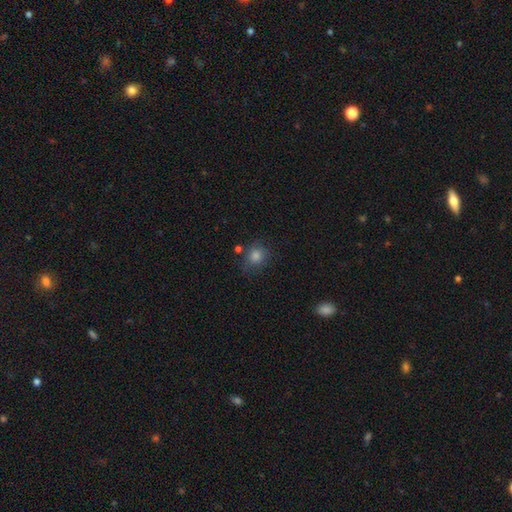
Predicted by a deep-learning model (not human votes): Q: Smooth or featured?
A: smooth (80%); runner-up: star or artifact (14%)
Q: How rounded?
A: round (82%); runner-up: in between (17%)
Q: Merging?
A: none (75%); runner-up: minor disturbance (16%)